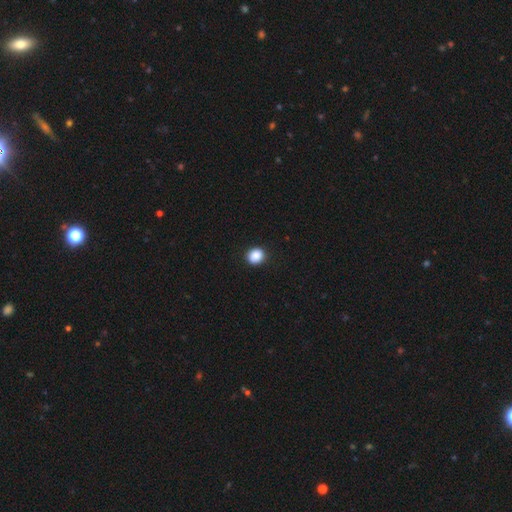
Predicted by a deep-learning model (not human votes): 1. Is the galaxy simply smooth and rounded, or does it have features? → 88% smooth, 9% star or artifact, 3% featured or disk.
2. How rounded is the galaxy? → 80% round, 19% in between, 1% cigar-shaped.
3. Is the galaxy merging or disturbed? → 91% none, 6% minor disturbance, 2% major disturbance, 1% merger.